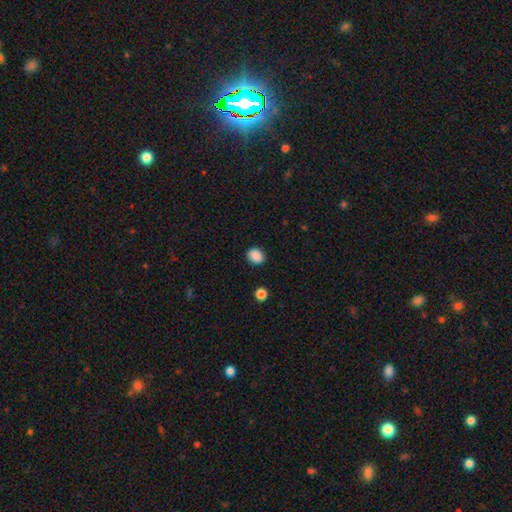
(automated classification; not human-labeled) Smooth or featured? Predicted: smooth (p=0.88). How rounded? Predicted: round (p=0.58). Merging? Predicted: none (p=0.87).